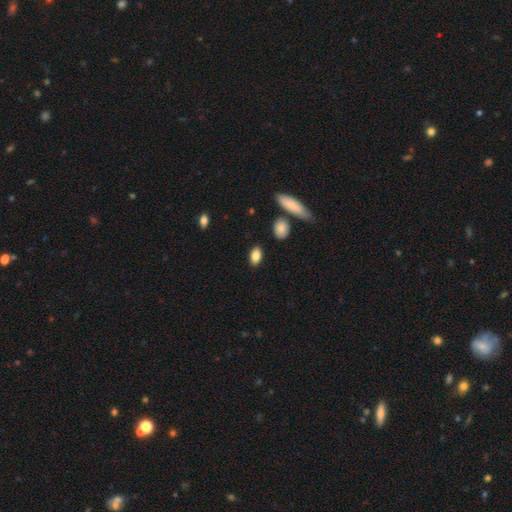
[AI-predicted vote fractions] Smooth or featured? Predicted: smooth (p=0.84). How rounded? Predicted: in between (p=0.88). Merging? Predicted: none (p=0.87).